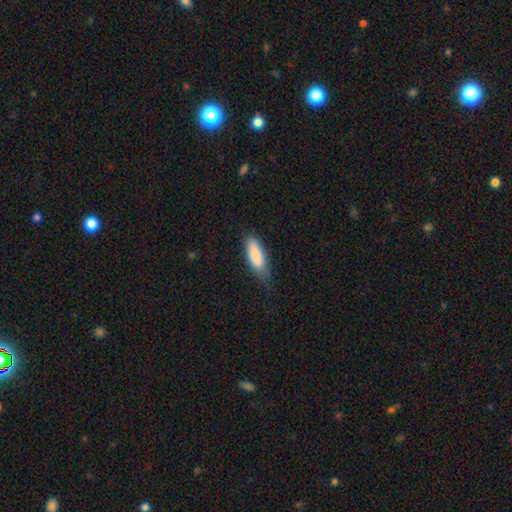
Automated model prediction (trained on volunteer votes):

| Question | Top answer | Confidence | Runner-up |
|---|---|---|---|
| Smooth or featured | smooth | 83% | featured or disk (11%) |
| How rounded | in between | 63% | cigar-shaped (35%) |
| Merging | none | 56% | minor disturbance (34%) |